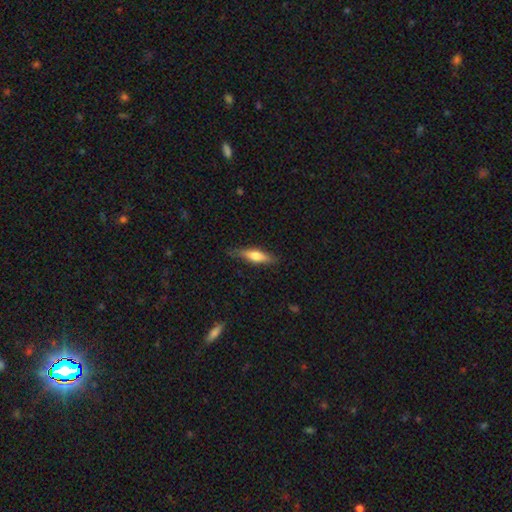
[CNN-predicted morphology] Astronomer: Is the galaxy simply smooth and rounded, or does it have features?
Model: smooth — 61%.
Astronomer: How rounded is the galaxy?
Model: cigar-shaped — 65%.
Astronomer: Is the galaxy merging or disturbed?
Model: none — 78%.